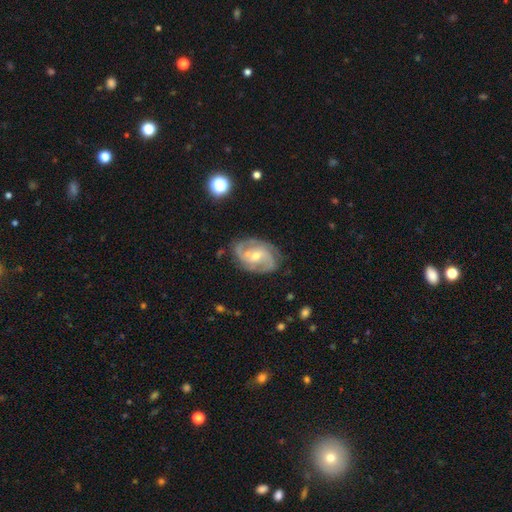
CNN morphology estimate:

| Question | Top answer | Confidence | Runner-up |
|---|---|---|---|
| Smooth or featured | featured or disk | 88% | smooth (7%) |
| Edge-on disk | no | 97% | yes (3%) |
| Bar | weak | 44% | no (43%) |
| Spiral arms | yes | 97% | no (3%) |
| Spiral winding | medium | 46% | tight (43%) |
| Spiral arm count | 2 | 49% | 3 (28%) |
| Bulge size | moderate | 51% | small (46%) |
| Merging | none | 77% | minor disturbance (17%) |